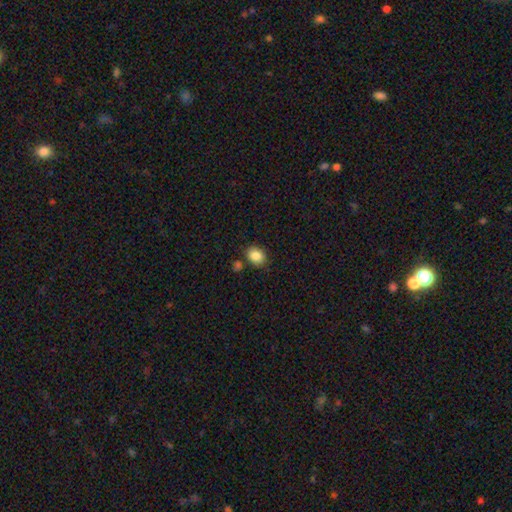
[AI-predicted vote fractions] Smooth or featured? Predicted: smooth (p=0.86). How rounded? Predicted: in between (p=0.58). Merging? Predicted: none (p=0.76).